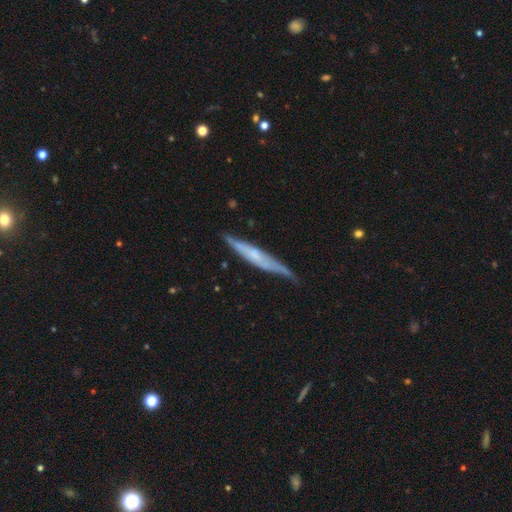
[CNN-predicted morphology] This is likely a featured or disk galaxy (62%). It is clearly viewed edge-on (89%). Edge-on bulge: possibly none (47%). Merging: likely none (77%).